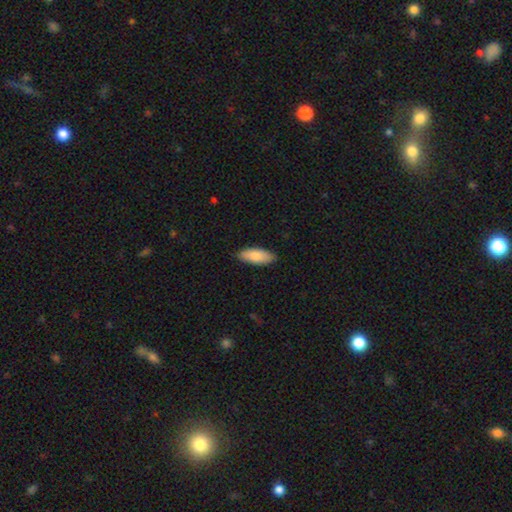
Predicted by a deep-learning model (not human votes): smooth-or-featured: smooth: 84% | featured or disk: 11% | star or artifact: 5%
  how-rounded: in between: 78% | cigar-shaped: 20% | round: 2%
  merging: none: 85% | minor disturbance: 12% | major disturbance: 2% | merger: 1%